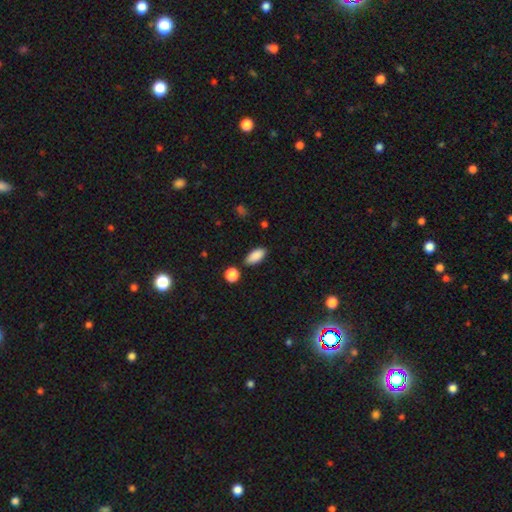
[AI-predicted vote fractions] A smooth galaxy with no disk features (88%) that is in between round and cigar-shaped (89%).

Vote fractions:
- Smooth or featured? smooth: 88% / star or artifact: 7% / featured or disk: 4%
- How rounded? in between: 89% / cigar-shaped: 8% / round: 3%
- Merging? none: 80% / minor disturbance: 12% / merger: 5% / major disturbance: 3%